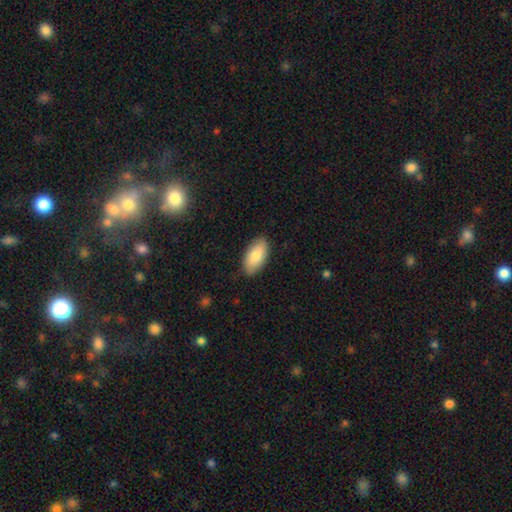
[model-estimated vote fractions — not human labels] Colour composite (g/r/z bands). It shows a smooth galaxy with no disk features (84%) that is in between round and cigar-shaped (94%). Merging: none (87%).